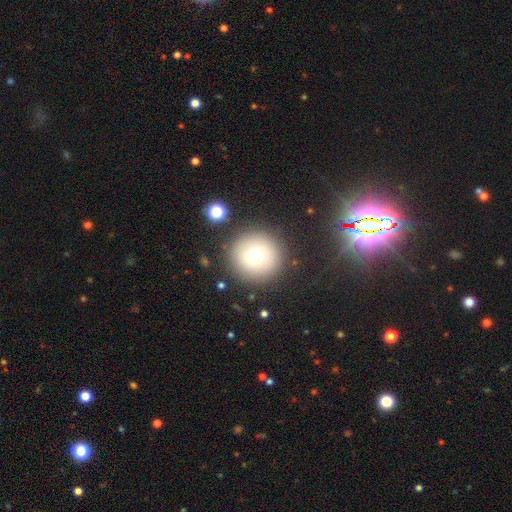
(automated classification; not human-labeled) A smooth galaxy with no disk features (71%) that is round (95%). Merging: none (87%).